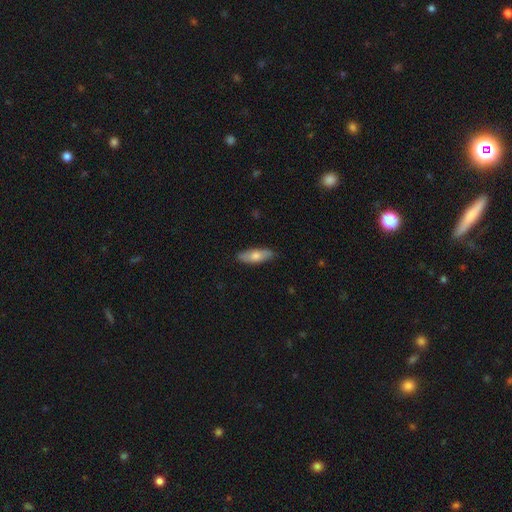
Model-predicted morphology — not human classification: smooth 70%, featured or disk 24%, star or artifact 6%. Down the decision tree: how rounded — in between (54%); merging — none (86%).